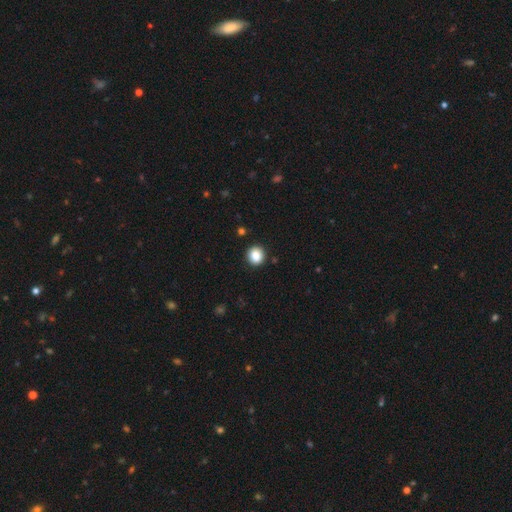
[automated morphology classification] Smooth or featured?
  - smooth: 87% *
  - star or artifact: 9%
  - featured or disk: 3%
How rounded?
  - round: 85% *
  - in between: 14%
  - cigar-shaped: 1%
Merging?
  - none: 91% *
  - minor disturbance: 6%
  - major disturbance: 2%
  - merger: 1%